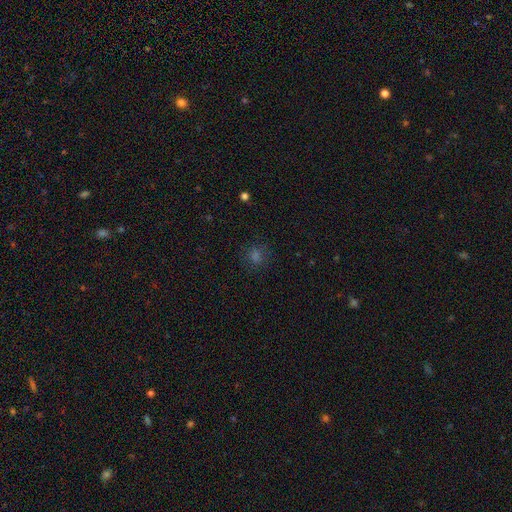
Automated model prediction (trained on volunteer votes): Overall: smooth (62%; star or artifact 29%). How rounded: round (82%). Merging: none (85%).